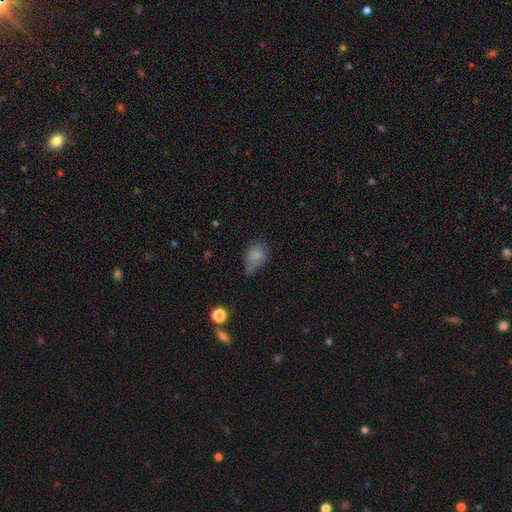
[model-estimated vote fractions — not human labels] A smooth galaxy with no disk features (77%) that is in between round and cigar-shaped (72%).

Vote fractions:
- Smooth or featured? smooth: 77% / star or artifact: 12% / featured or disk: 10%
- How rounded? in between: 72% / round: 26% / cigar-shaped: 2%
- Merging? none: 42% / minor disturbance: 35% / major disturbance: 16% / merger: 7%